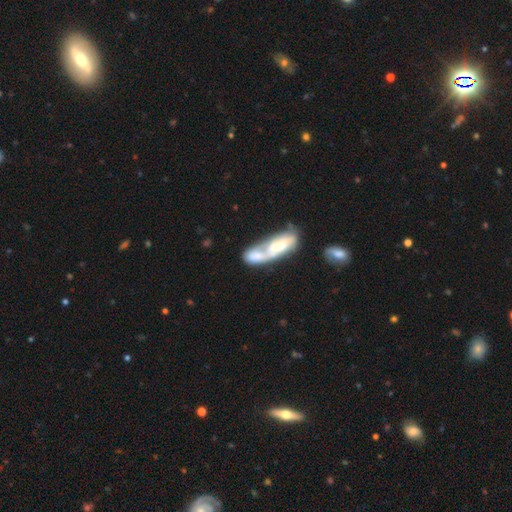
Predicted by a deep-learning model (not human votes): A smooth galaxy with no disk features (55%) that is in between round and cigar-shaped (73%).

Vote fractions:
- Smooth or featured? smooth: 55% / featured or disk: 38% / star or artifact: 7%
- How rounded? in between: 73% / cigar-shaped: 23% / round: 4%
- Merging? merger: 70% / none: 12% / major disturbance: 11% / minor disturbance: 8%